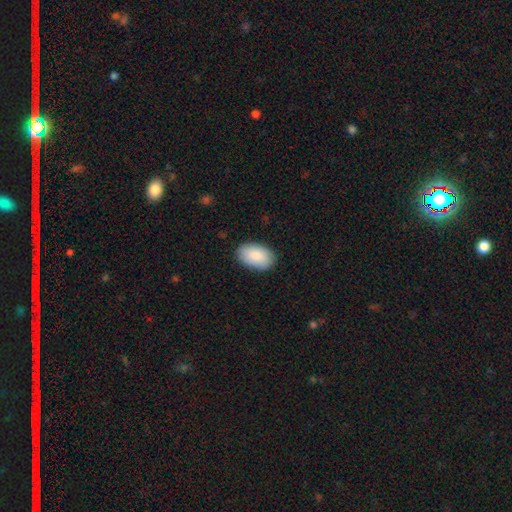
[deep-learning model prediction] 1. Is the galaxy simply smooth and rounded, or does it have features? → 89% smooth, 6% featured or disk, 6% star or artifact.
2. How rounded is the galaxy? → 94% in between, 5% round, 1% cigar-shaped.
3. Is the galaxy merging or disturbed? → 87% none, 10% minor disturbance, 2% major disturbance, 1% merger.